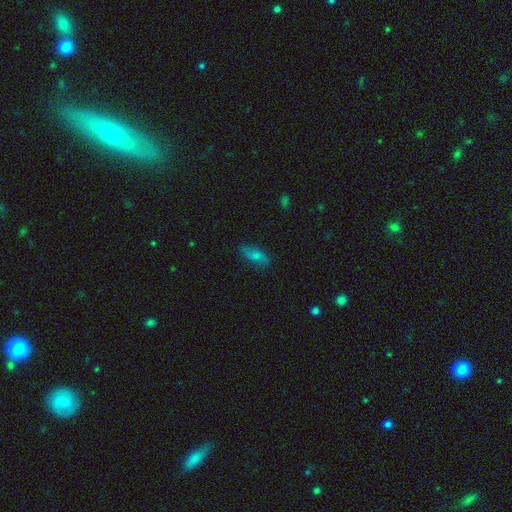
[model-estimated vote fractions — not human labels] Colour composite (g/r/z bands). It shows a smooth galaxy with no disk features (65%) that is in between round and cigar-shaped (71%). Merging: none (81%).